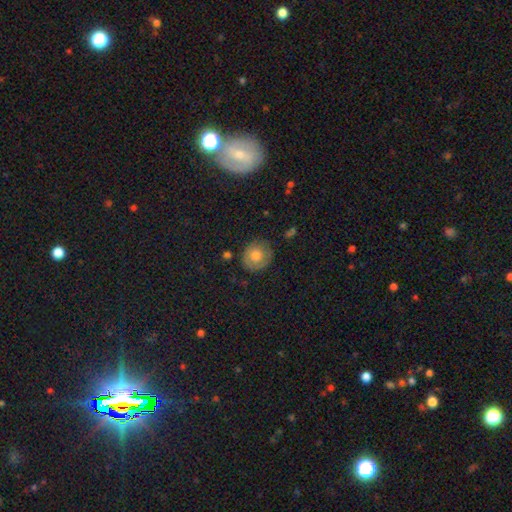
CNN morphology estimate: This is possibly a smooth galaxy (58%). How rounded: clearly round (85%). Merging: likely none (77%).